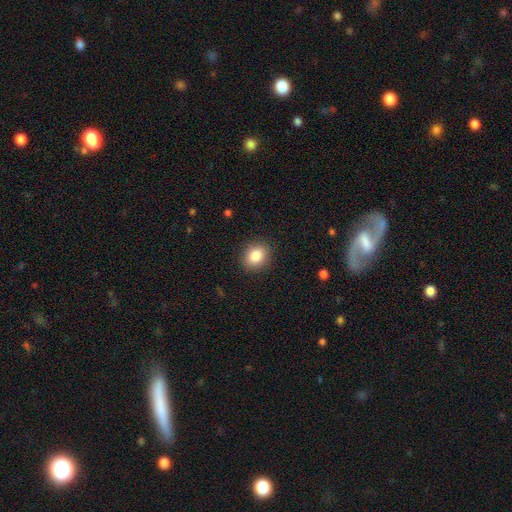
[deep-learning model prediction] This is clearly a smooth galaxy (85%). How rounded: possibly round (58%). Merging: clearly none (89%).